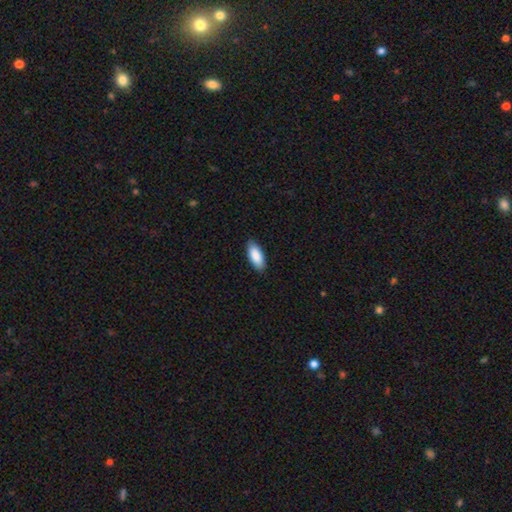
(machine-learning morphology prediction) Smooth or featured? smooth (89%)
How rounded? in between (87%)
Merging? none (88%)